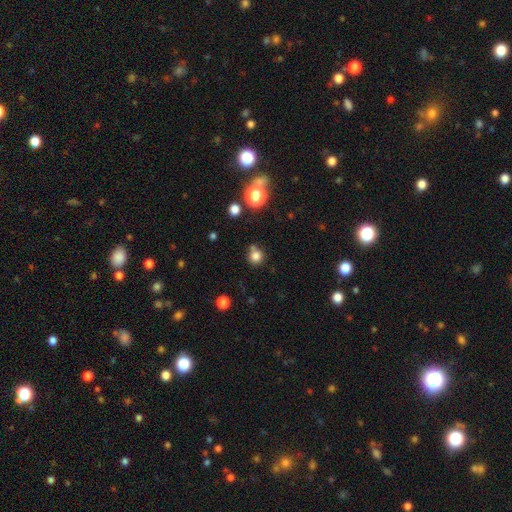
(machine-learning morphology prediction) type=smooth (80%); roundness=round (89%); merging=none (68%).